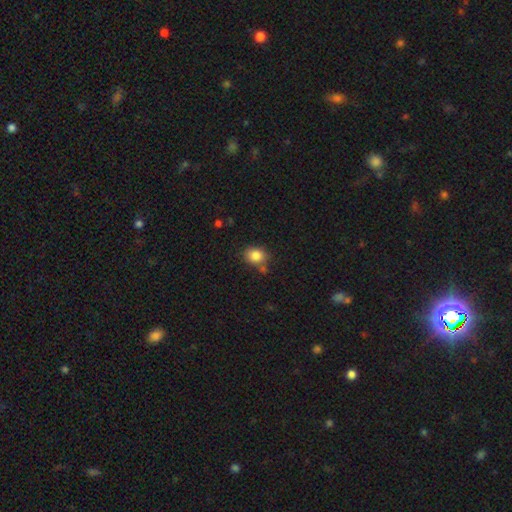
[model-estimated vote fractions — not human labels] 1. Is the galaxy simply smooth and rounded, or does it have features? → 84% smooth, 10% star or artifact, 6% featured or disk.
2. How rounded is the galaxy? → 54% round, 45% in between, 1% cigar-shaped.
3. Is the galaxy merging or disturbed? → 68% none, 17% minor disturbance, 10% merger, 4% major disturbance.